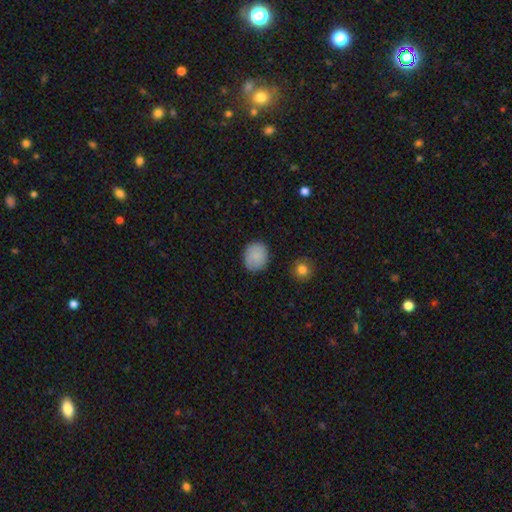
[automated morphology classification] Smooth or featured? Predicted: smooth (p=0.82). How rounded? Predicted: round (p=0.70). Merging? Predicted: none (p=0.86).